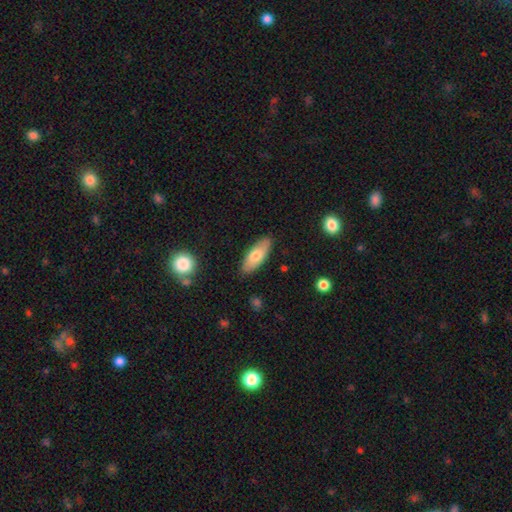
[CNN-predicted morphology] type=smooth (71%); roundness=in between (74%); merging=none (87%).